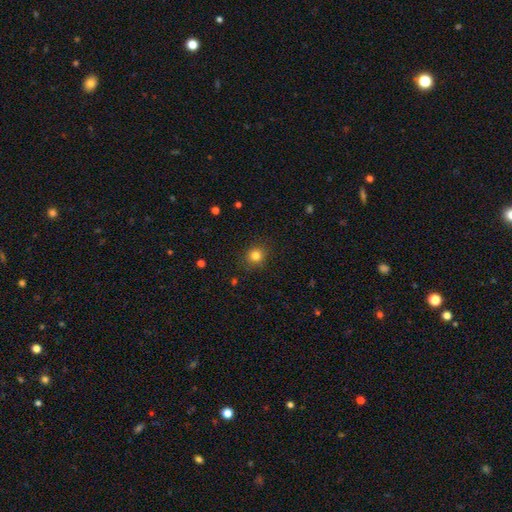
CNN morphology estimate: Overall: smooth (82%). How rounded: round (85%). Merging: none (88%).